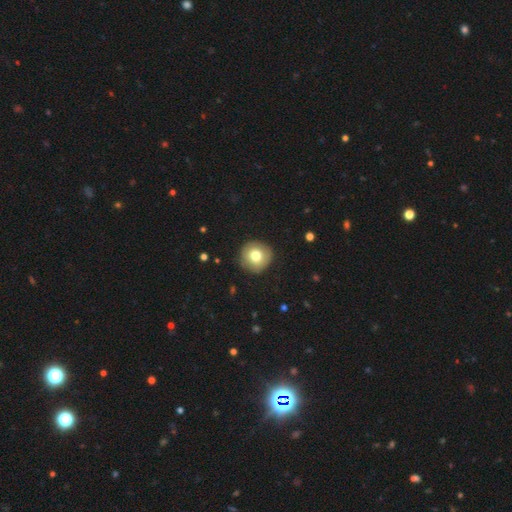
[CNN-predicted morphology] Overall: smooth (75%). How rounded: round (94%). Merging: none (87%).